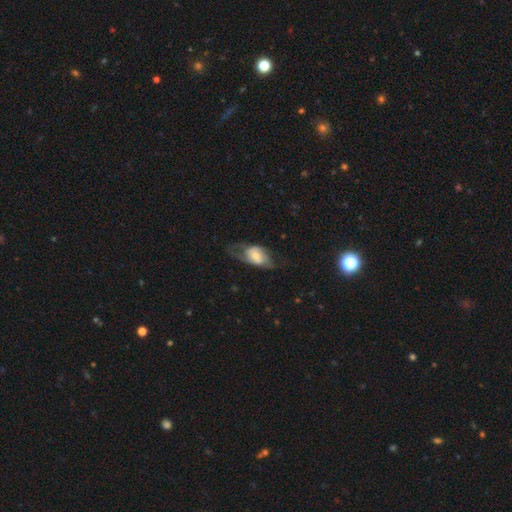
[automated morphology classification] Smooth or featured: featured or disk — 50% (smooth — 44%)
Merging: none — 46% (major disturbance — 26%)